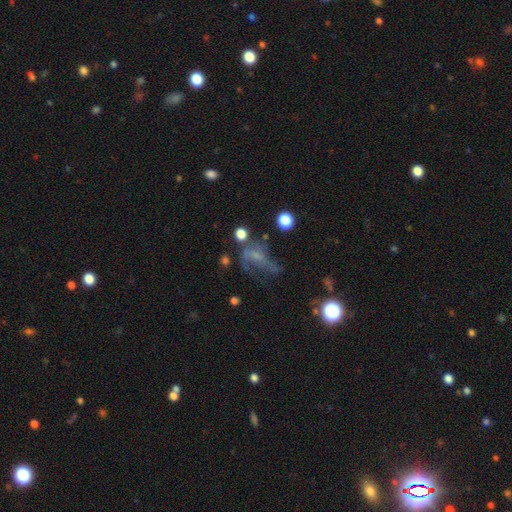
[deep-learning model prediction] This is possibly a featured or disk galaxy (46%). Merging: marginally major disturbance (43%).